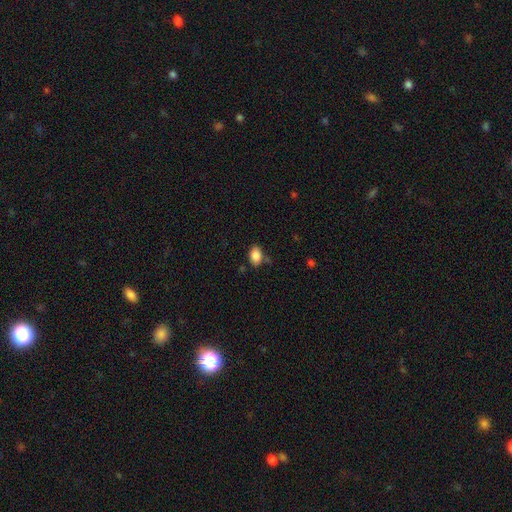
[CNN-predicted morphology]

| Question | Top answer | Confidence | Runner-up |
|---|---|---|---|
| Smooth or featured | smooth | 86% | star or artifact (9%) |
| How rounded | in between | 79% | round (19%) |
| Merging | none | 75% | minor disturbance (17%) |